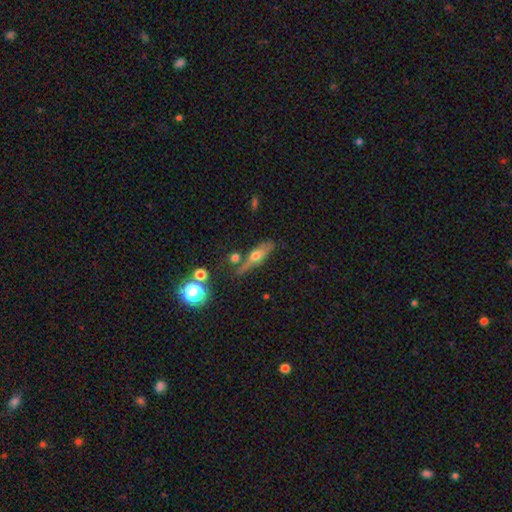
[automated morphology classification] type=smooth (45%); merging=none (59%).